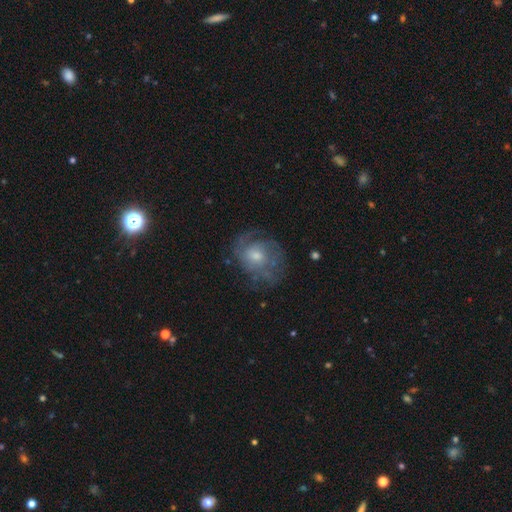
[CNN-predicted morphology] Q: Smooth or featured?
A: featured or disk (62%); runner-up: smooth (27%)
Q: Edge-on disk?
A: no (97%); runner-up: yes (3%)
Q: Bar?
A: no (76%); runner-up: weak (21%)
Q: Spiral arms?
A: yes (77%); runner-up: no (23%)
Q: Bulge size?
A: moderate (49%); runner-up: small (42%)
Q: Merging?
A: none (63%); runner-up: minor disturbance (20%)